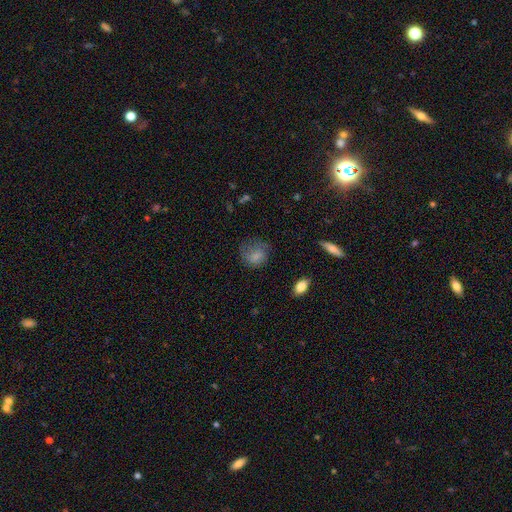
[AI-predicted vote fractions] Smooth or featured? smooth (76%)
How rounded? round (66%)
Merging? none (51%)